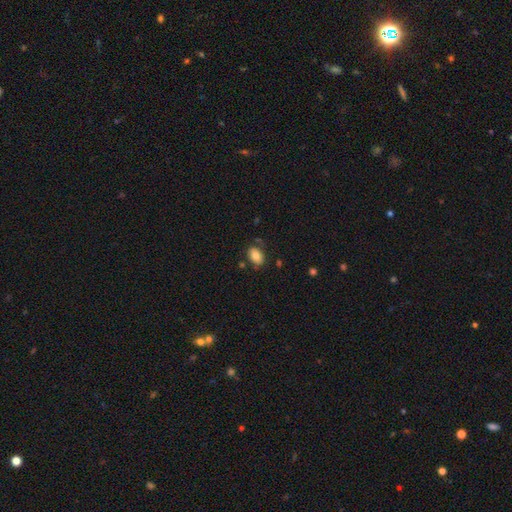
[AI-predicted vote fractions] This is likely a smooth galaxy (79%). How rounded: clearly in between (87%). Merging: likely none (74%).